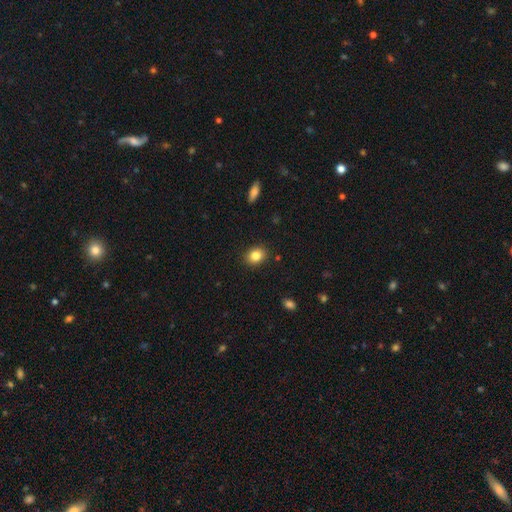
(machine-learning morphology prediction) This is clearly a smooth galaxy (83%). How rounded: possibly round (54%). Merging: clearly none (89%).